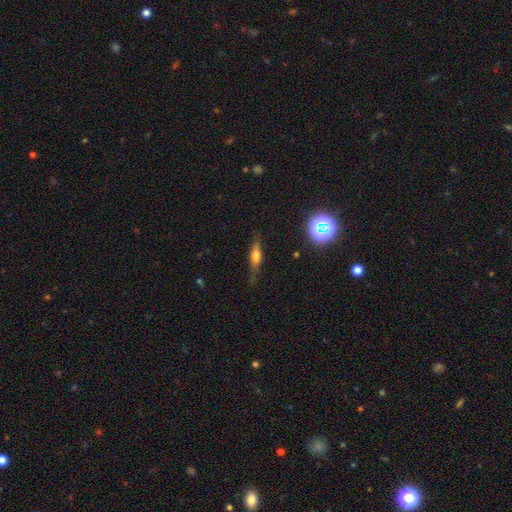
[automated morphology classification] Smooth or featured? Predicted: featured or disk (p=0.45). Merging? Predicted: none (p=0.72).